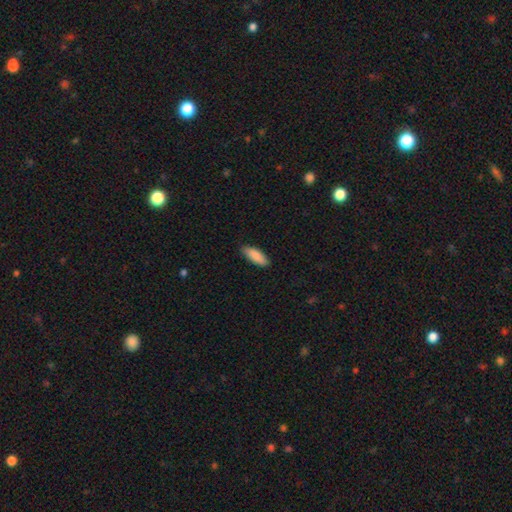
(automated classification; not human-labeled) This is clearly a smooth galaxy (88%). How rounded: likely in between (69%). Merging: clearly none (86%).